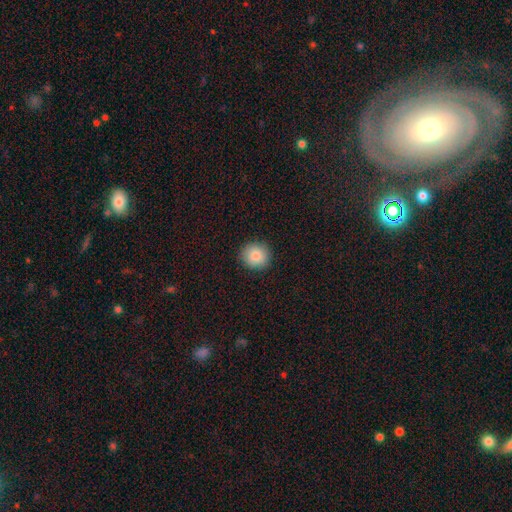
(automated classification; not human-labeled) Overall: smooth (85%). How rounded: round (90%). Merging: none (90%).